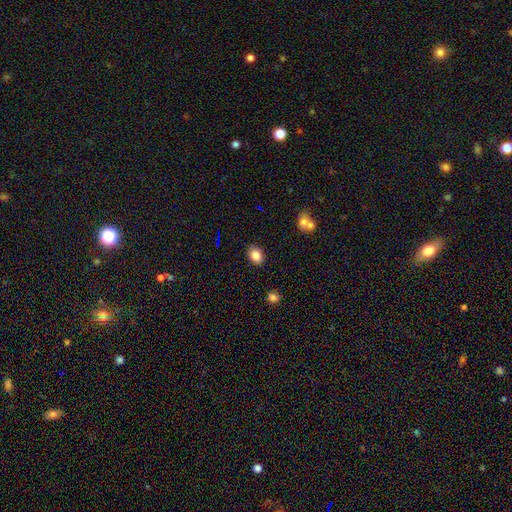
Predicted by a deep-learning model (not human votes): smooth 84%, star or artifact 10%, featured or disk 6%. Down the decision tree: how rounded — in between (61%); merging — none (87%).